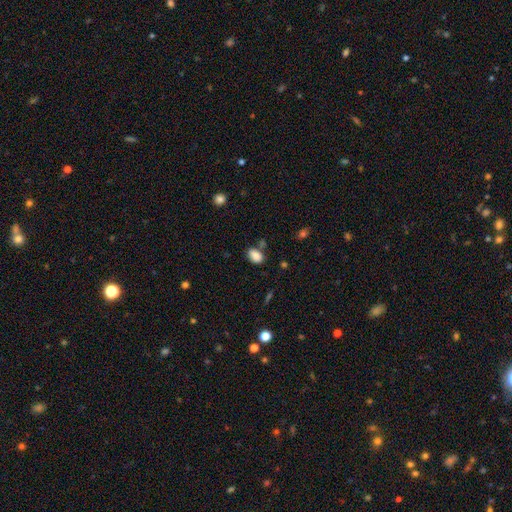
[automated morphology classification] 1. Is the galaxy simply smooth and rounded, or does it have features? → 85% smooth, 9% star or artifact, 6% featured or disk.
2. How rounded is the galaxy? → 85% in between, 14% round, 1% cigar-shaped.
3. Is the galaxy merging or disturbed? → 66% none, 17% minor disturbance, 13% merger, 4% major disturbance.